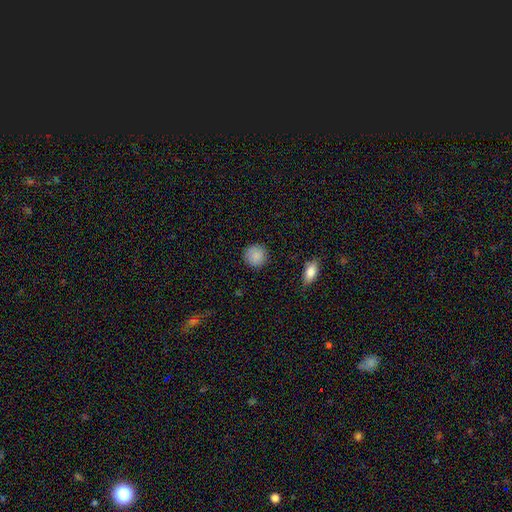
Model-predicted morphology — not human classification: smooth-or-featured: smooth: 88% | star or artifact: 8% | featured or disk: 4%
  how-rounded: round: 92% | in between: 7% | cigar-shaped: 1%
  merging: none: 89% | minor disturbance: 8% | major disturbance: 2% | merger: 1%